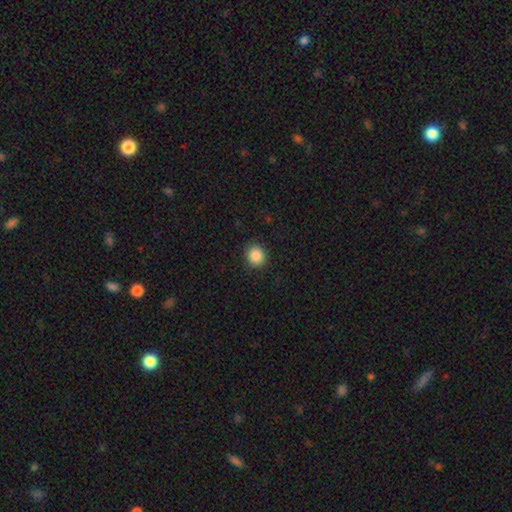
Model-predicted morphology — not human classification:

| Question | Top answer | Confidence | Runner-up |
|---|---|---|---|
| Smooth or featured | smooth | 87% | star or artifact (10%) |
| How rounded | round | 84% | in between (15%) |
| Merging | none | 88% | minor disturbance (8%) |